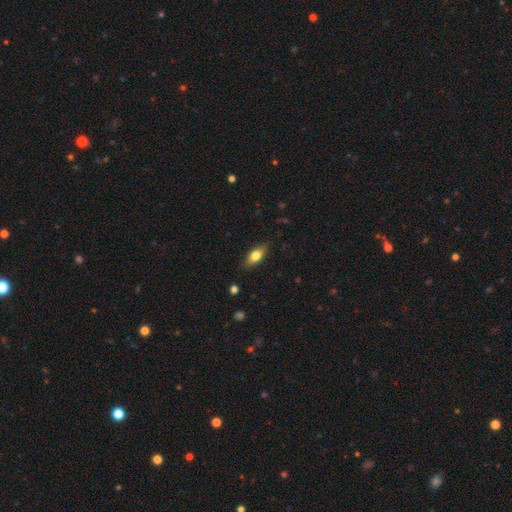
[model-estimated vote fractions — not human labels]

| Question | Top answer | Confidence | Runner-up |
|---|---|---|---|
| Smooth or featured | smooth | 71% | featured or disk (22%) |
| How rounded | in between | 81% | cigar-shaped (14%) |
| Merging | none | 83% | minor disturbance (13%) |